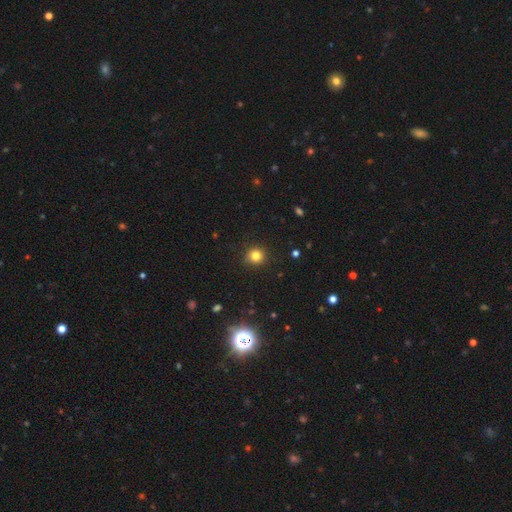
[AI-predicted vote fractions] The model was most divided on "smooth or featured": smooth: 80%, star or artifact: 14%, featured or disk: 6%. More confident: how rounded — round (91%); merging — none (86%).